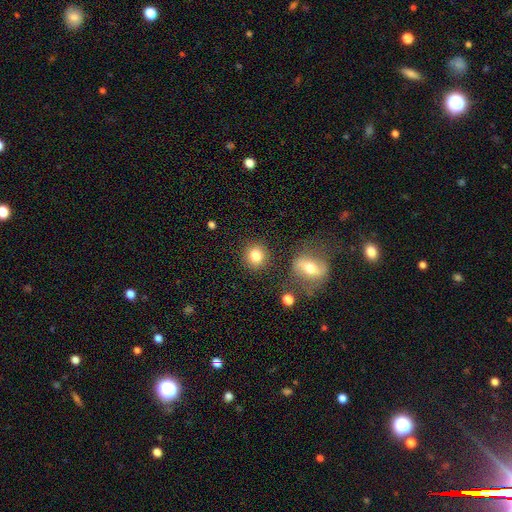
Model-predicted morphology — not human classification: The model was most divided on "smooth or featured": smooth: 81%, star or artifact: 10%, featured or disk: 8%. More confident: how rounded — round (86%); merging — none (84%).